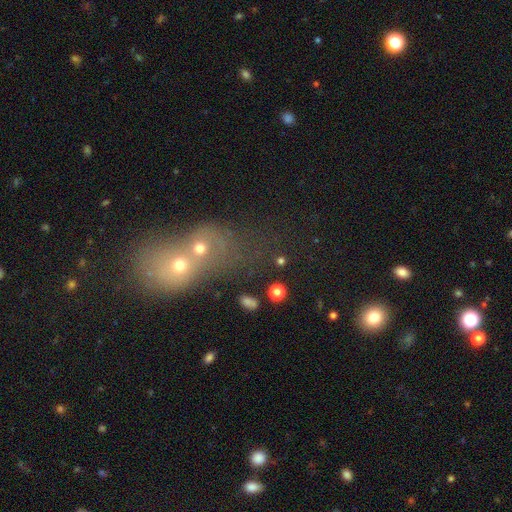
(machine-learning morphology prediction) This appears to be a smooth galaxy with no disk features (45%). Merging: merger (67%).